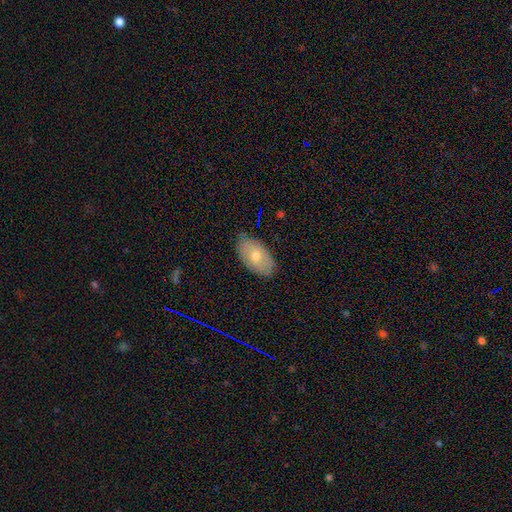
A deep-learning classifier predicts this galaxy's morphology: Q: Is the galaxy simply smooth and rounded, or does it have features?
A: smooth — 64%.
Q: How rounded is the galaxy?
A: in between — 94%.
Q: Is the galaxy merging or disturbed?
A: none — 82%.